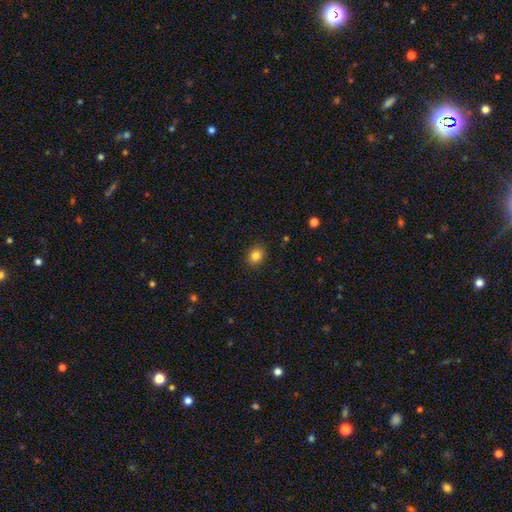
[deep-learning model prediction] Smooth or featured?
  - smooth: 84% *
  - star or artifact: 10%
  - featured or disk: 5%
How rounded?
  - round: 60% *
  - in between: 39%
  - cigar-shaped: 1%
Merging?
  - none: 89% *
  - minor disturbance: 8%
  - major disturbance: 2%
  - merger: 1%